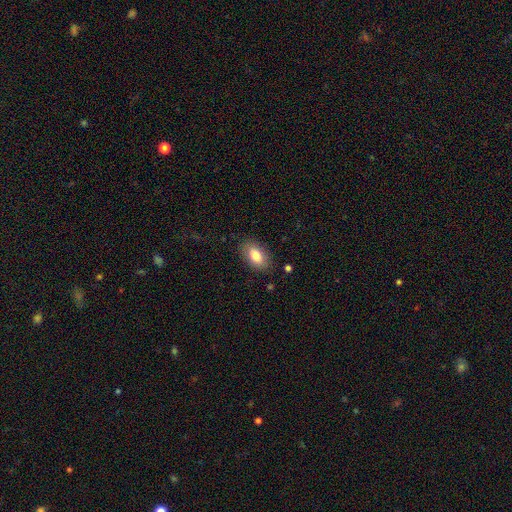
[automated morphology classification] smooth-or-featured: smooth: 80% | featured or disk: 12% | star or artifact: 7%
  how-rounded: in between: 91% | round: 7% | cigar-shaped: 2%
  merging: none: 84% | minor disturbance: 12% | major disturbance: 3% | merger: 1%